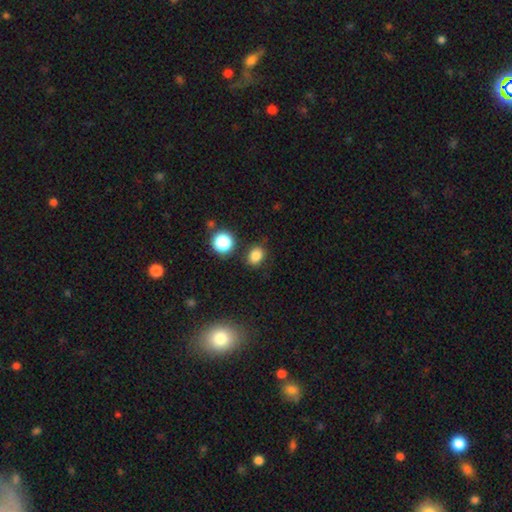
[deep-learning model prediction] smooth-or-featured: smooth: 81% | star or artifact: 14% | featured or disk: 5%
  how-rounded: round: 52% | in between: 47% | cigar-shaped: 1%
  merging: none: 81% | minor disturbance: 11% | merger: 4% | major disturbance: 3%